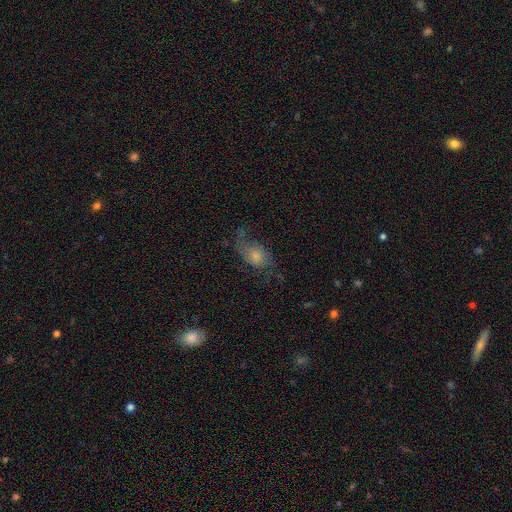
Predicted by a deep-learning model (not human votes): smooth-or-featured: featured or disk: 51% | smooth: 38% | star or artifact: 11%
  disk-edge-on: no: 95% | yes: 5%
  merging: none: 43% | major disturbance: 31% | minor disturbance: 23% | merger: 3%